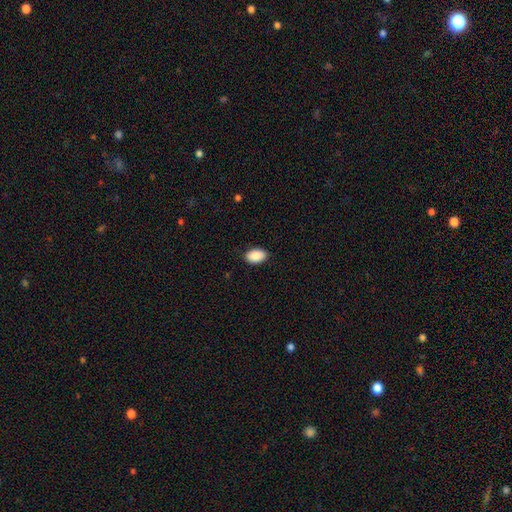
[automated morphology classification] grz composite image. It shows a smooth galaxy with no disk features (90%) that is in between round and cigar-shaped (92%). Merging: none (88%).